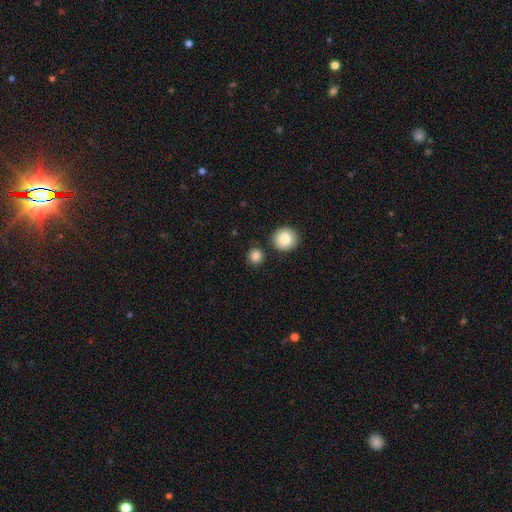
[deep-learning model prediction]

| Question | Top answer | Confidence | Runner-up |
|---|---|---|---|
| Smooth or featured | smooth | 86% | star or artifact (10%) |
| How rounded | round | 91% | in between (8%) |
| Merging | none | 83% | minor disturbance (8%) |